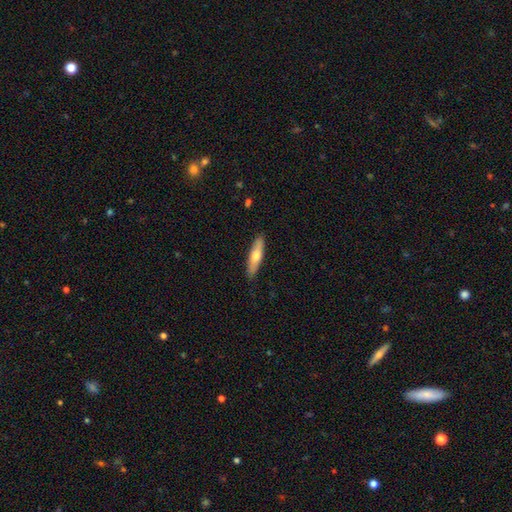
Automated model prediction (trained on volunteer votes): Morphology: type=smooth (61%); roundness=cigar-shaped (72%); merging=none (88%).